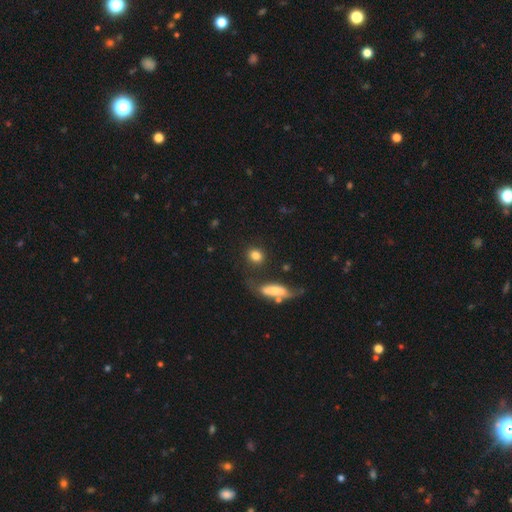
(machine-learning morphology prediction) This appears to be a smooth galaxy with no disk features (83%) that is round (68%). Merging: none (75%).